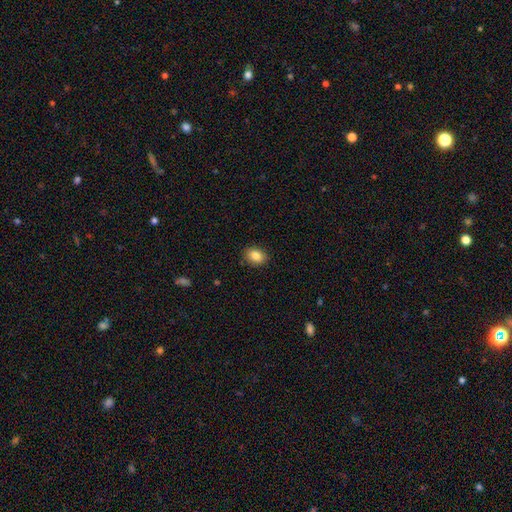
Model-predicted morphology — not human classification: Q: Smooth or featured?
A: smooth (85%); runner-up: star or artifact (9%)
Q: How rounded?
A: in between (65%); runner-up: round (33%)
Q: Merging?
A: none (88%); runner-up: minor disturbance (9%)